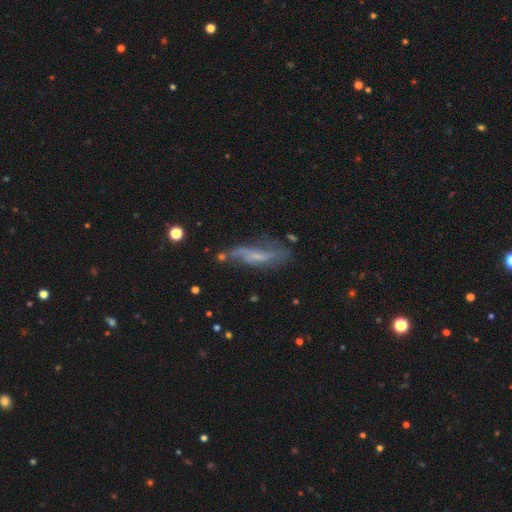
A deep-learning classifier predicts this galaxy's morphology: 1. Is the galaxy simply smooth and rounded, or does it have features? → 56% featured or disk, 33% smooth, 11% star or artifact.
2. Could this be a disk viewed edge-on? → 69% no, 31% yes.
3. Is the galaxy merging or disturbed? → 47% none, 28% minor disturbance, 18% major disturbance, 7% merger.